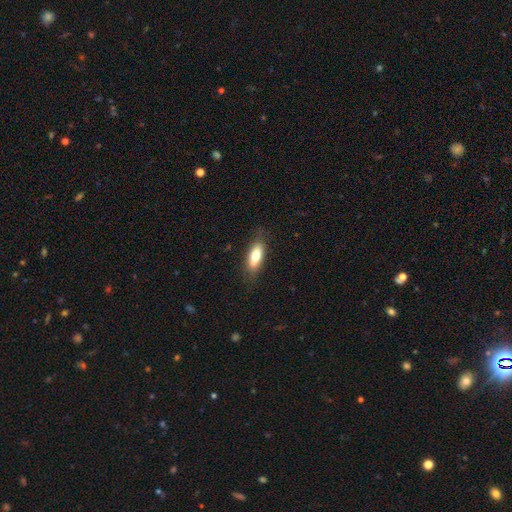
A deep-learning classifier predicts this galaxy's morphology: A smooth galaxy with no disk features (71%) that is in between round and cigar-shaped (72%). Merging: none (77%).